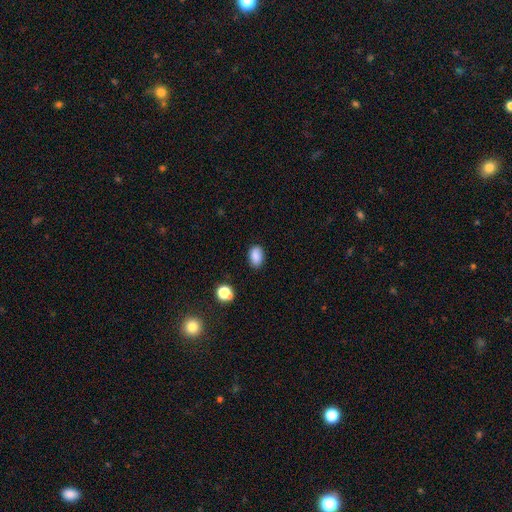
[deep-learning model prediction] A smooth galaxy with no disk features (86%) that is in between round and cigar-shaped (86%). Merging: none (84%).